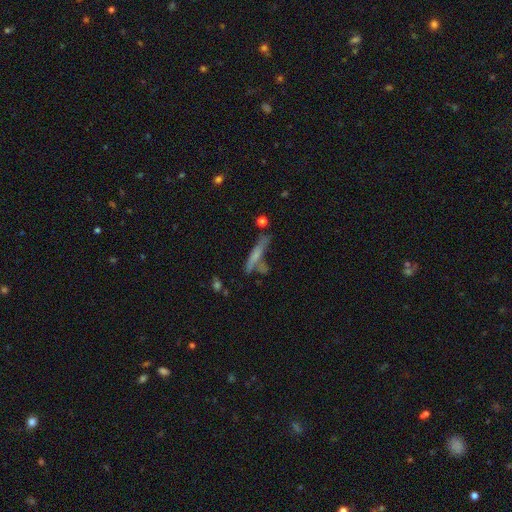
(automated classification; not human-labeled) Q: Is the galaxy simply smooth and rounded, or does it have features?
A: smooth — 53%.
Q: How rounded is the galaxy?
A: cigar-shaped — 90%.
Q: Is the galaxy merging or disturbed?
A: none — 59%.